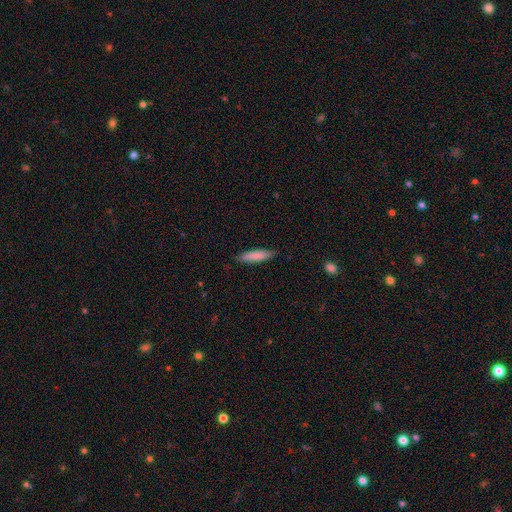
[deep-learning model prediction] Smooth or featured: smooth — 82% (featured or disk — 12%)
How rounded: cigar-shaped — 78% (in between — 21%)
Merging: none — 85% (minor disturbance — 12%)